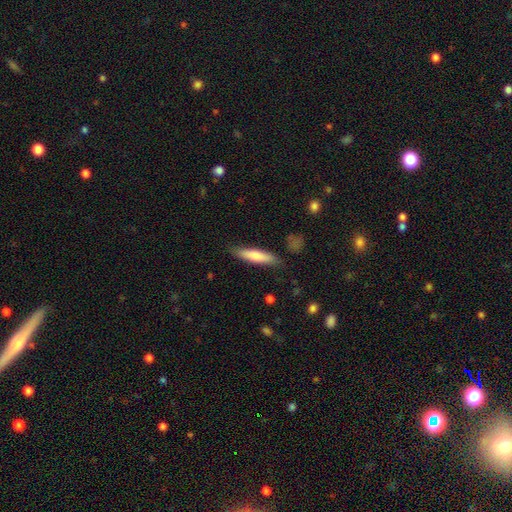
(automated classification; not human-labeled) A smooth galaxy with no disk features (73%) that is cigar-shaped (81%). Merging: none (84%).